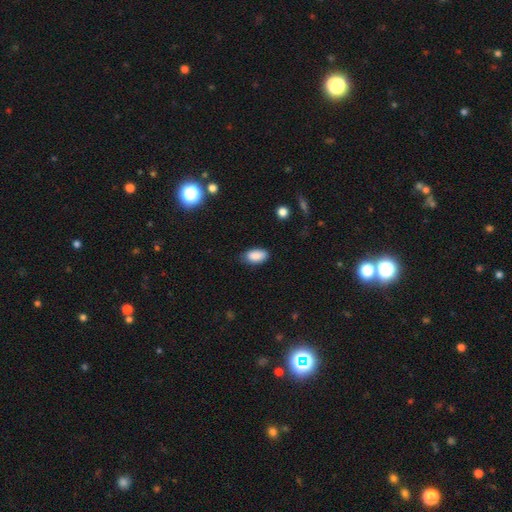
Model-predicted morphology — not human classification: type=smooth (88%); roundness=in between (93%); merging=none (70%).